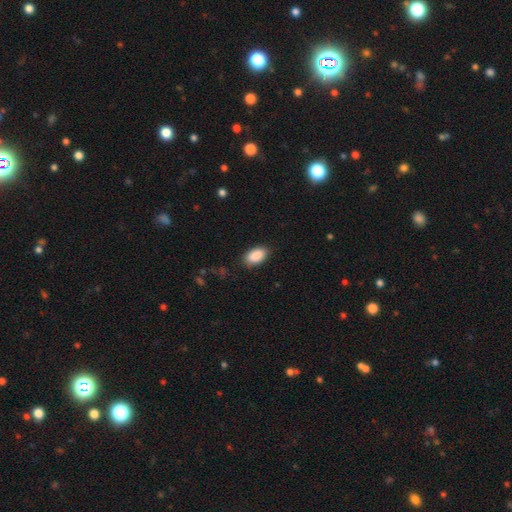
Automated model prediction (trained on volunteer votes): Morphology: type=smooth (90%); roundness=in between (93%); merging=none (84%).